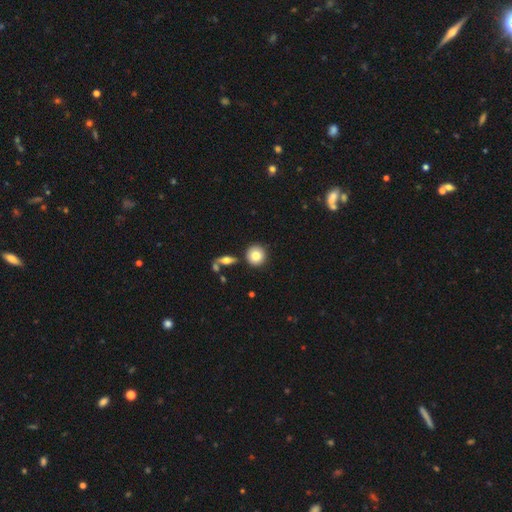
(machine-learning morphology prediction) type=smooth (81%); roundness=round (91%); merging=none (82%).